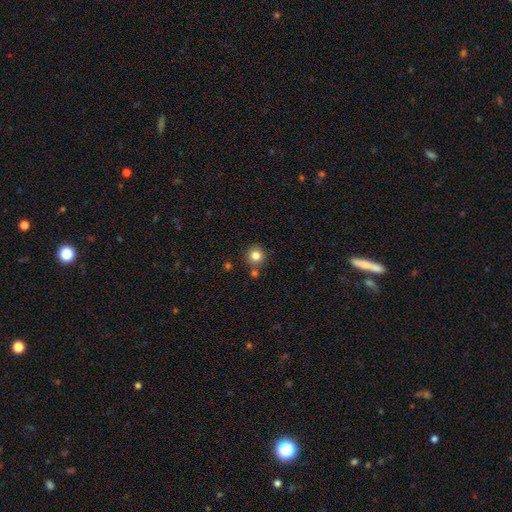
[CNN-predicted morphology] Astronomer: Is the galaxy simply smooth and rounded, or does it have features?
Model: smooth — 82%.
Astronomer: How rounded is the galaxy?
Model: round — 93%.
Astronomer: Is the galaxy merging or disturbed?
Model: none — 80%.